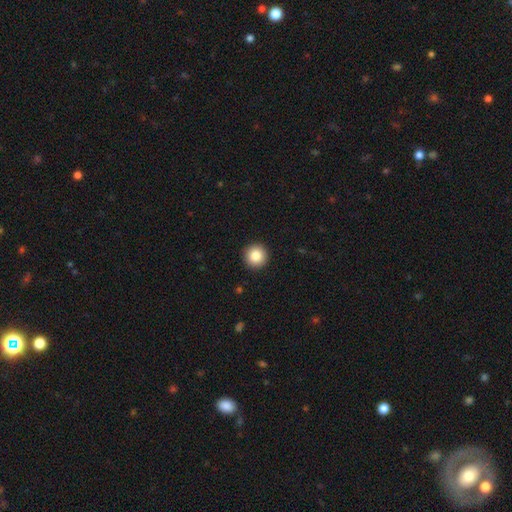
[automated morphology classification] type=smooth (85%); roundness=round (96%); merging=none (93%).